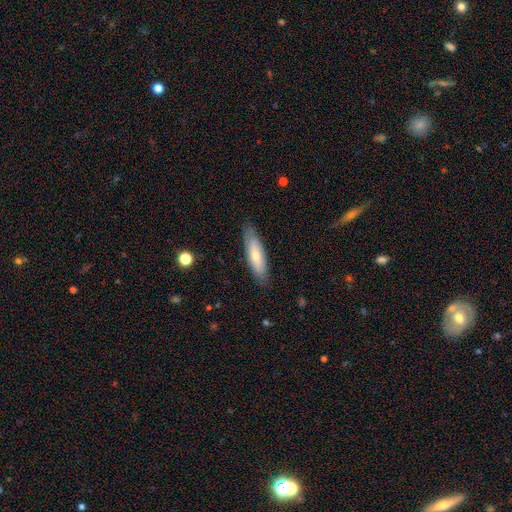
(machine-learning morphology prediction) smooth-or-featured: smooth: 64% | featured or disk: 30% | star or artifact: 6%
  how-rounded: cigar-shaped: 56% | in between: 43% | round: 2%
  merging: none: 82% | minor disturbance: 14% | major disturbance: 3% | merger: 1%